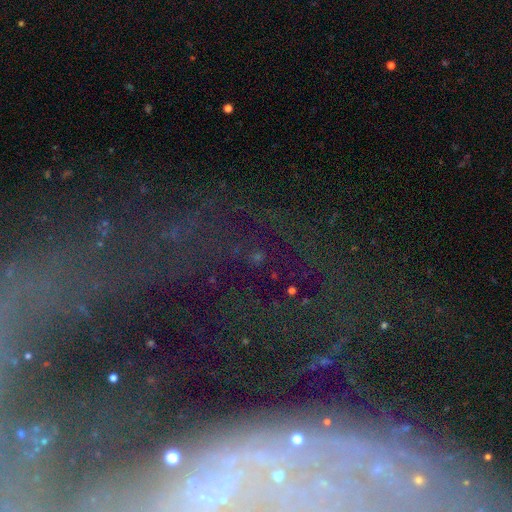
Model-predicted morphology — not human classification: Smooth or featured? star or artifact (63%)